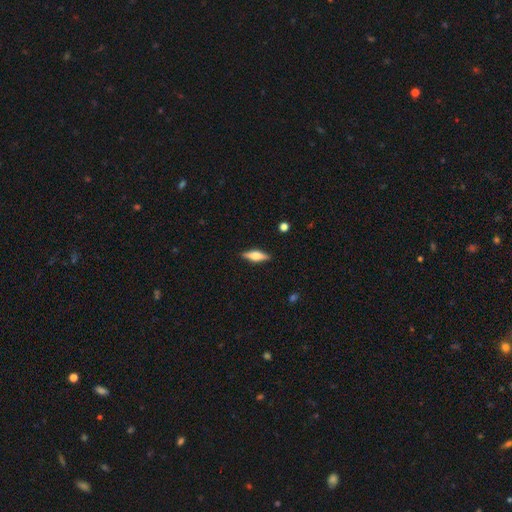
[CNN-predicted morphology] type=smooth (50%); merging=none (88%).